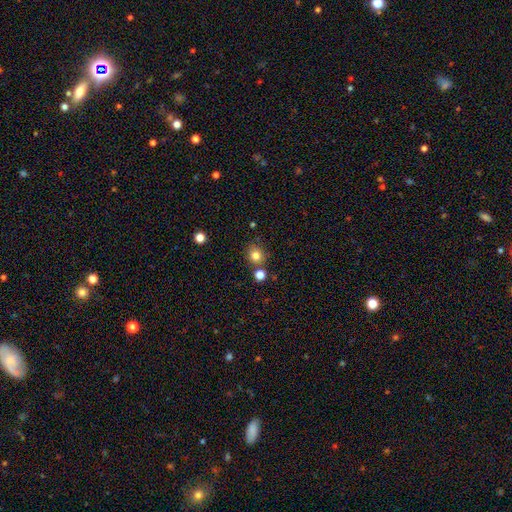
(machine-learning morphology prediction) smooth 81%, star or artifact 13%, featured or disk 6%. Down the decision tree: how rounded — round (86%); merging — none (77%).